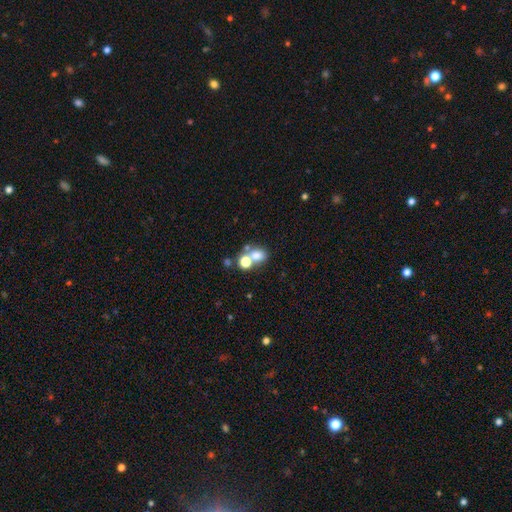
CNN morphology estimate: Smooth or featured: smooth — 71% (star or artifact — 15%)
How rounded: round — 51% (in between — 48%)
Merging: merger — 46% (none — 39%)